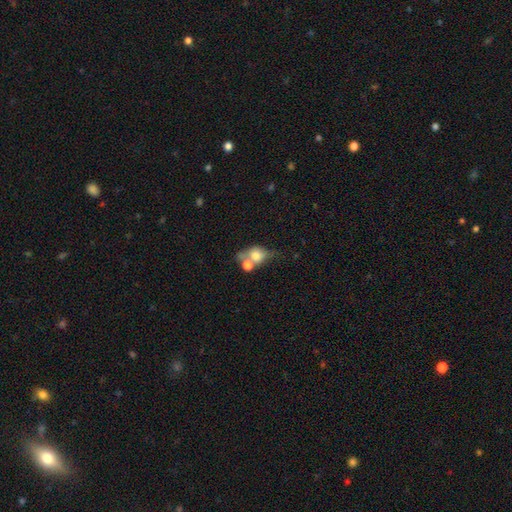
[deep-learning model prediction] Overall: smooth (63%; featured or disk 28%). How rounded: in between (53%; round 44%). Merging: merger (42%; none 33%).